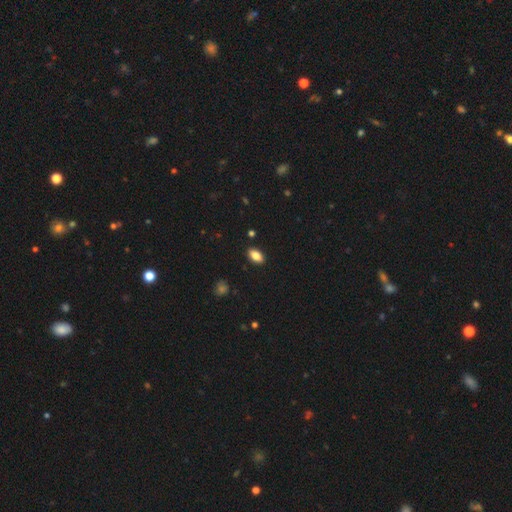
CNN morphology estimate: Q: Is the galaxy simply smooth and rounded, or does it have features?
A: smooth — 84%.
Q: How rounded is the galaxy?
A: in between — 91%.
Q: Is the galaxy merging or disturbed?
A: none — 89%.